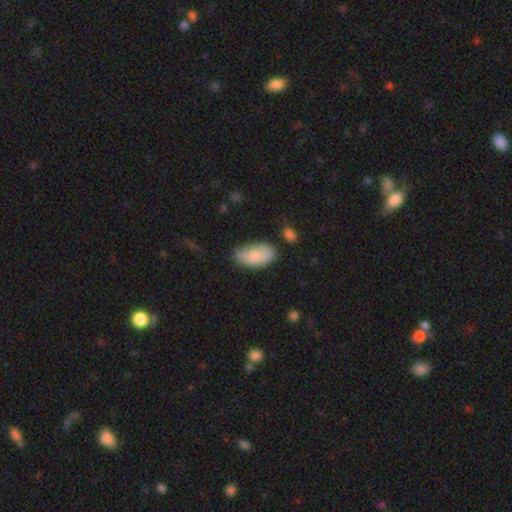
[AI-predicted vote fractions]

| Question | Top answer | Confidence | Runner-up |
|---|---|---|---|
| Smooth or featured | smooth | 84% | featured or disk (10%) |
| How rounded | in between | 94% | cigar-shaped (3%) |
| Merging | none | 67% | minor disturbance (24%) |